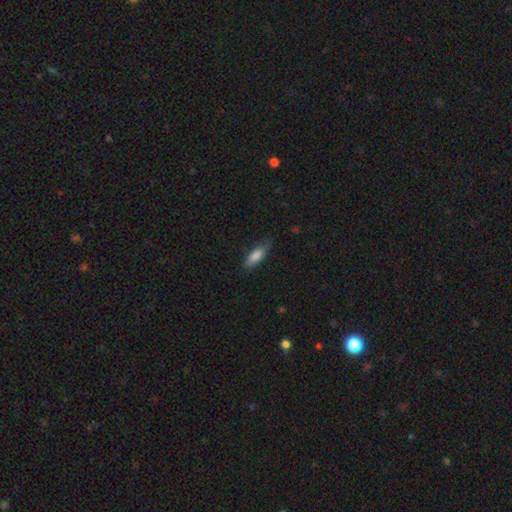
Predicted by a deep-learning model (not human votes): The model was most divided on "how rounded": in between: 59%, cigar-shaped: 39%, round: 2%. More confident: smooth or featured — smooth (81%); merging — none (73%).